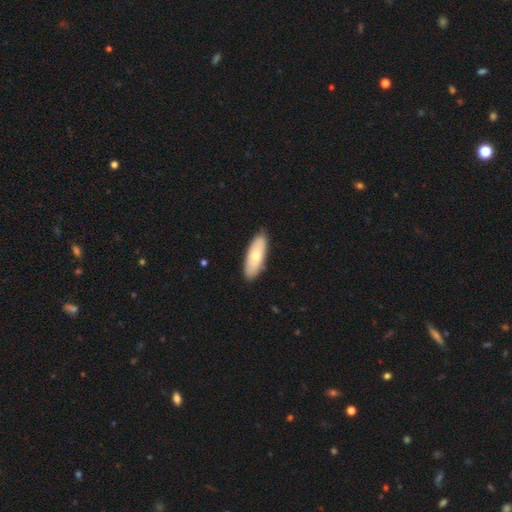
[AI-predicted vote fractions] A smooth galaxy with no disk features (70%) that is in between round and cigar-shaped (71%).

Vote fractions:
- Smooth or featured? smooth: 70% / featured or disk: 24% / star or artifact: 5%
- How rounded? in between: 71% / cigar-shaped: 27% / round: 2%
- Merging? none: 86% / minor disturbance: 11% / major disturbance: 2% / merger: 1%